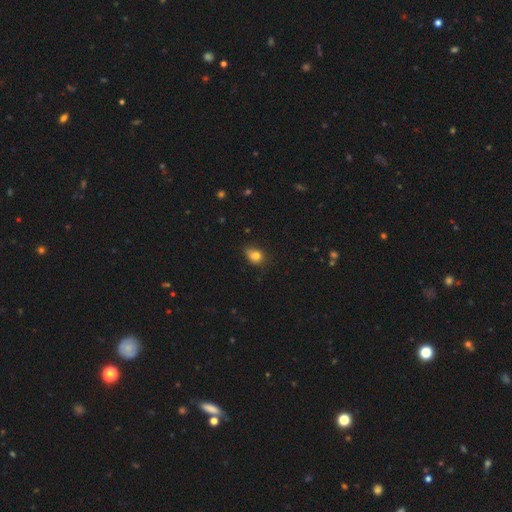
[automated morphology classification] smooth 77%, star or artifact 13%, featured or disk 10%. Down the decision tree: how rounded — in between (50%); merging — none (47%).